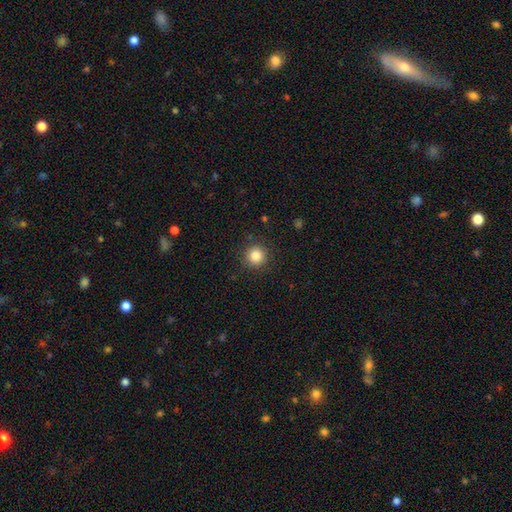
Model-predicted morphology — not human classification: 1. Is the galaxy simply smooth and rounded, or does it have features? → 85% smooth, 11% star or artifact, 4% featured or disk.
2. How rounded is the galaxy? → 95% round, 4% in between, 1% cigar-shaped.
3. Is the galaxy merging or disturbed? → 91% none, 6% minor disturbance, 2% major disturbance, 1% merger.